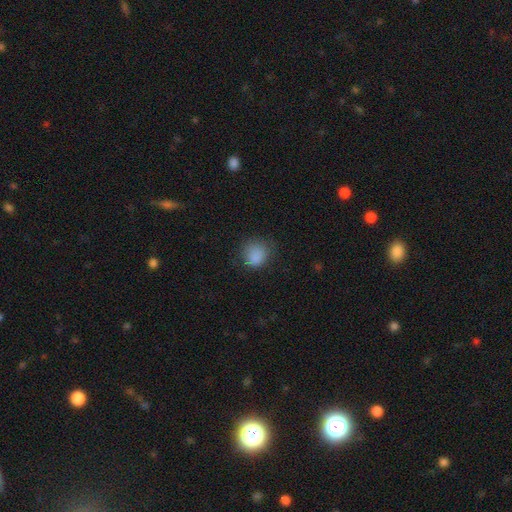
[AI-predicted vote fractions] Smooth or featured? smooth (84%)
How rounded? round (73%)
Merging? none (69%)